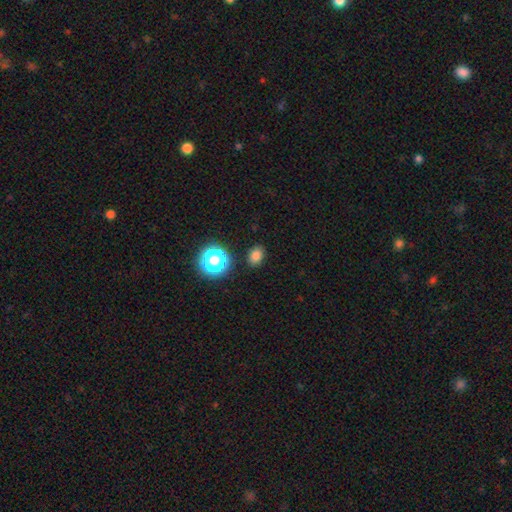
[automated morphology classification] Smooth or featured? smooth (78%)
How rounded? in between (55%)
Merging? none (85%)